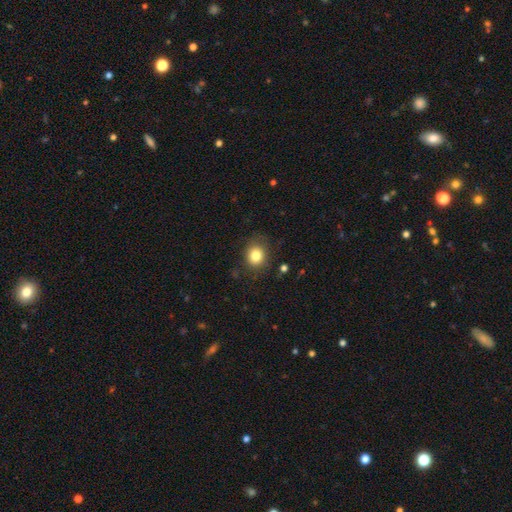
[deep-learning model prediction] smooth-or-featured: smooth: 82% | star or artifact: 11% | featured or disk: 7%
  how-rounded: round: 67% | in between: 32% | cigar-shaped: 1%
  merging: none: 80% | minor disturbance: 14% | major disturbance: 5% | merger: 1%